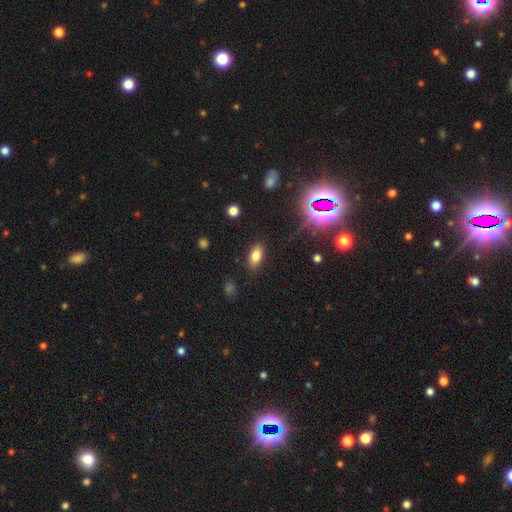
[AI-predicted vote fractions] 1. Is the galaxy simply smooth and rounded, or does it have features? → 77% smooth, 13% star or artifact, 10% featured or disk.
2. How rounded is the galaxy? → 87% in between, 8% cigar-shaped, 5% round.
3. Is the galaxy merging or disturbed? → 86% none, 10% minor disturbance, 3% major disturbance, 2% merger.